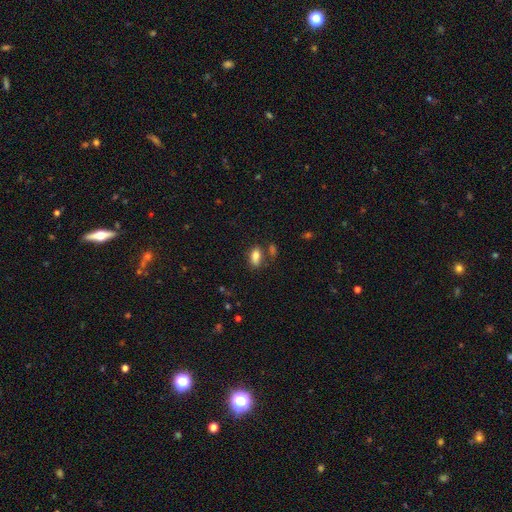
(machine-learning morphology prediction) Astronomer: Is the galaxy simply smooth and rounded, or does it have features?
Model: smooth — 79%.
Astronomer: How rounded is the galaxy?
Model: in between — 84%.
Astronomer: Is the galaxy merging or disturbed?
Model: none — 64%.